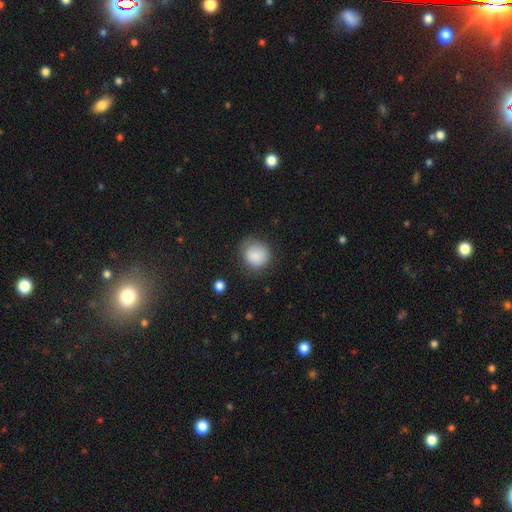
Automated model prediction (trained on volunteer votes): Smooth or featured?
  - smooth: 86% *
  - star or artifact: 8%
  - featured or disk: 6%
How rounded?
  - round: 84% *
  - in between: 16%
  - cigar-shaped: 1%
Merging?
  - none: 71% *
  - minor disturbance: 20%
  - major disturbance: 7%
  - merger: 2%